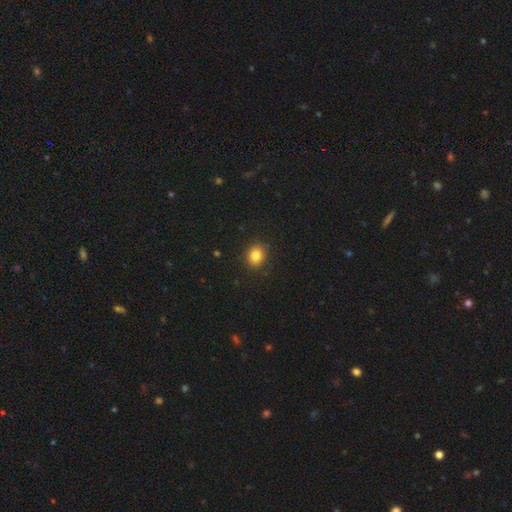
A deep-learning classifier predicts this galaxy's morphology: This is clearly a smooth galaxy (84%). How rounded: likely round (63%). Merging: clearly none (89%).